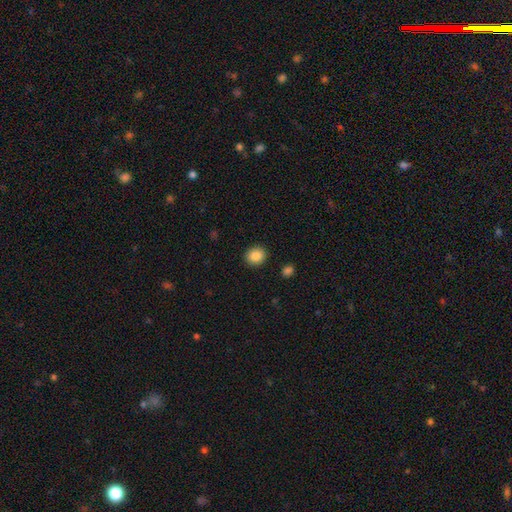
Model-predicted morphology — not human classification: Smooth or featured: smooth — 87% (star or artifact — 9%)
How rounded: round — 76% (in between — 23%)
Merging: none — 91% (minor disturbance — 6%)